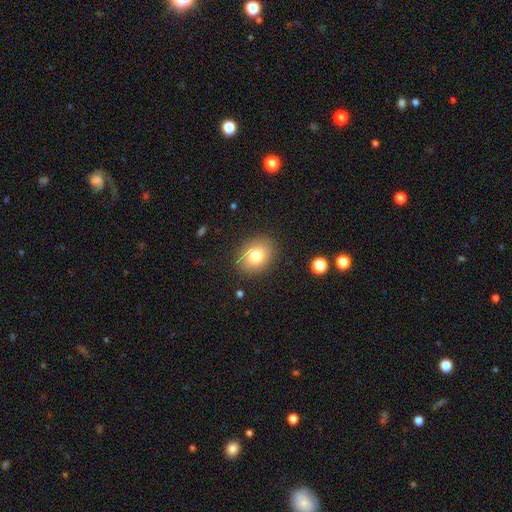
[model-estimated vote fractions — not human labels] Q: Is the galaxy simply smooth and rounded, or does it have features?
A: smooth — 78%.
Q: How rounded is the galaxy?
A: in between — 51%.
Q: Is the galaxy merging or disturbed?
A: none — 87%.